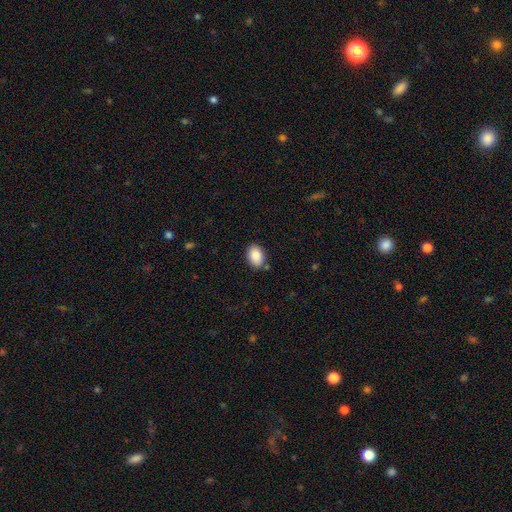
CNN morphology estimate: The model was most divided on "how rounded": in between: 83%, round: 16%, cigar-shaped: 1%. More confident: smooth or featured — smooth (88%); merging — none (83%).